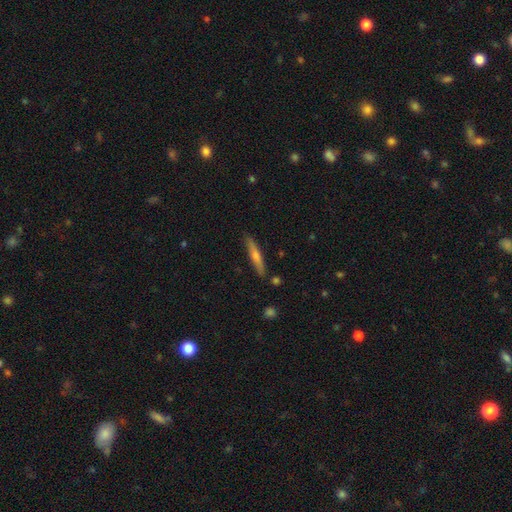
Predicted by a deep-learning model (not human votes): A featured or disk galaxy (54%) viewed edge-on (95%) with a rounded central bulge (78%). Merging: none (89%).